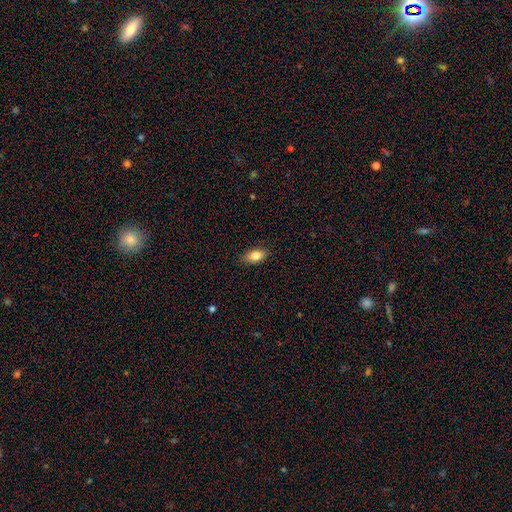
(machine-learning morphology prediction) type=smooth (83%); roundness=in between (87%); merging=none (85%).